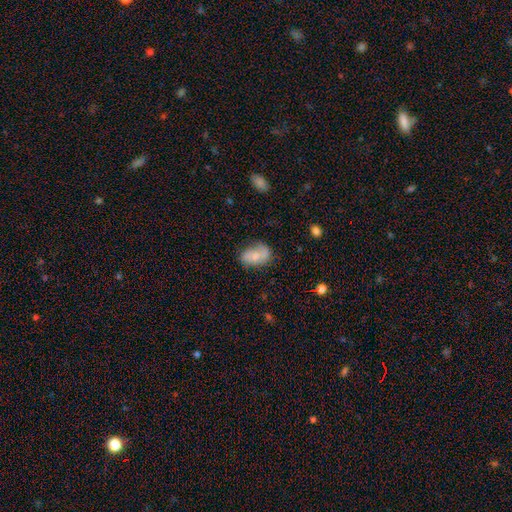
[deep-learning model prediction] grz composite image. It shows a smooth galaxy with no disk features (65%) that is in between round and cigar-shaped (86%). Merging: none (54%).